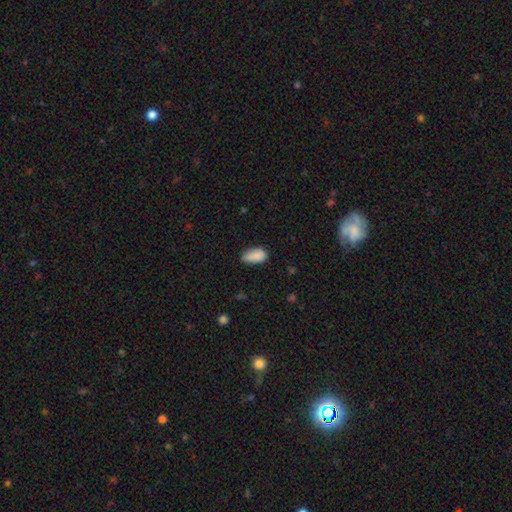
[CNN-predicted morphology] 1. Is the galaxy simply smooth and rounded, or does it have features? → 86% smooth, 8% star or artifact, 6% featured or disk.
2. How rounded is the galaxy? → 91% in between, 5% cigar-shaped, 4% round.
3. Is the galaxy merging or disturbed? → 62% none, 30% minor disturbance, 6% major disturbance, 3% merger.